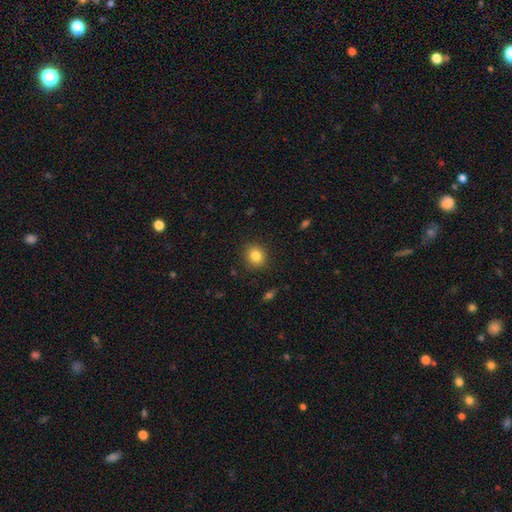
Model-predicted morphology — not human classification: A smooth galaxy with no disk features (83%) that is round (81%). Merging: none (90%).